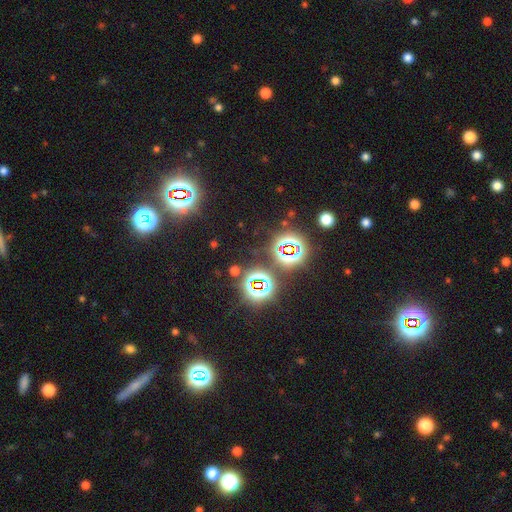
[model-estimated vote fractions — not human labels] Smooth or featured? star or artifact (80%)